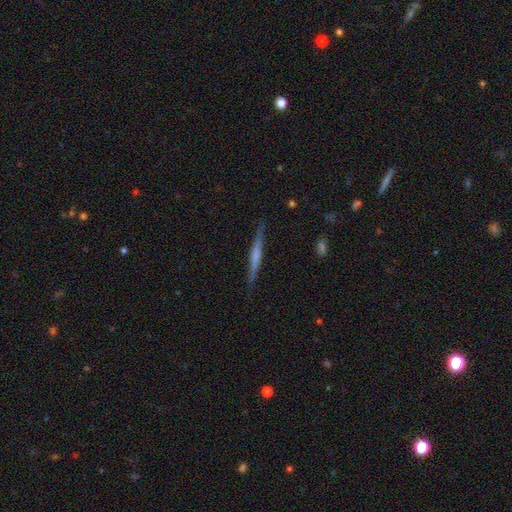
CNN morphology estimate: This appears to be a featured or disk galaxy (58%) viewed edge-on (97%) with no central bulge (39%). Merging: none (87%).